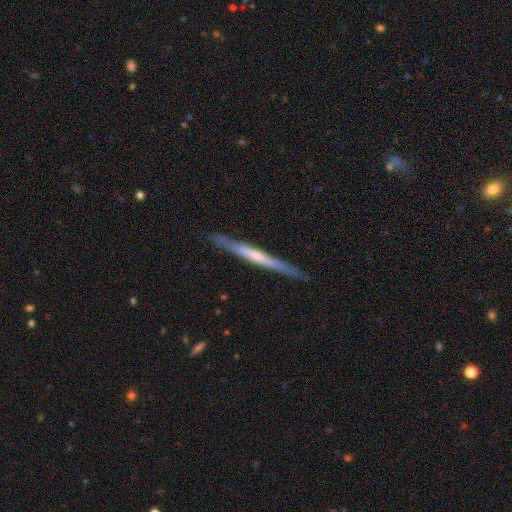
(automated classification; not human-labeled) Q: Smooth or featured?
A: featured or disk (56%); runner-up: smooth (39%)
Q: Edge-on disk?
A: yes (96%); runner-up: no (4%)
Q: Edge-on bulge?
A: none (69%); runner-up: rounded (18%)
Q: Merging?
A: none (88%); runner-up: minor disturbance (9%)